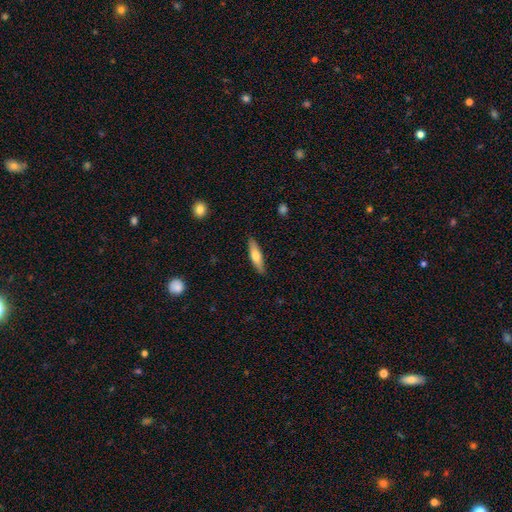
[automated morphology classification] Smooth or featured? Predicted: smooth (p=0.61). How rounded? Predicted: cigar-shaped (p=0.70). Merging? Predicted: none (p=0.87).